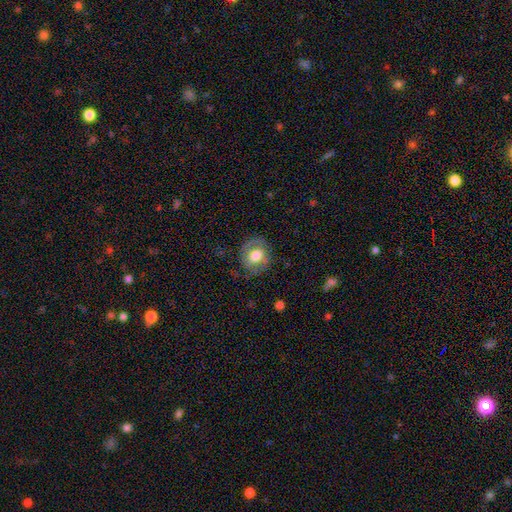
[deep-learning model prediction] Overall: smooth (56%; featured or disk 36%). How rounded: round (66%; in between 33%). Merging: none (74%).